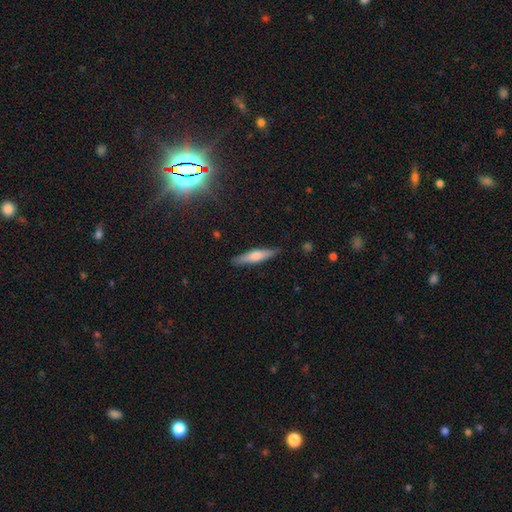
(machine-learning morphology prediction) Overall: smooth (53%; featured or disk 40%). How rounded: cigar-shaped (81%). Merging: none (87%).